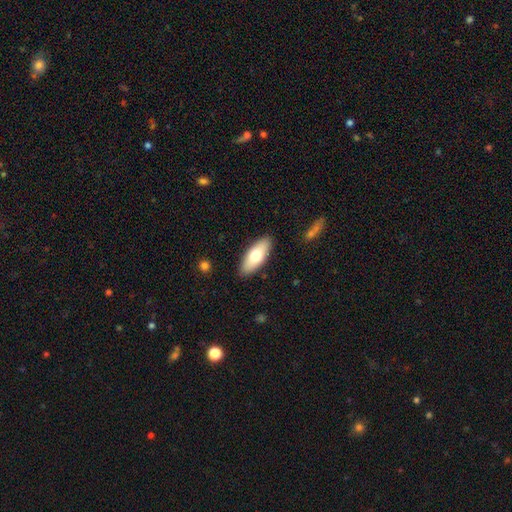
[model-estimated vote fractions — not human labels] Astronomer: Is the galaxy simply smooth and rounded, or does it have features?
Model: smooth — 71%.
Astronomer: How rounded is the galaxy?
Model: in between — 79%.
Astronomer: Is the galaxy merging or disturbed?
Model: none — 88%.